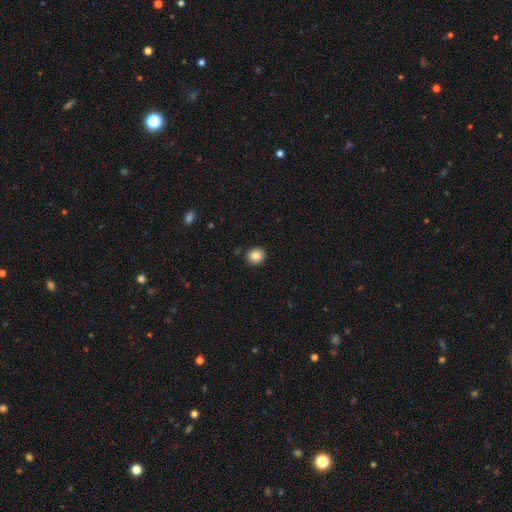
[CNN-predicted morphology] Overall: smooth (85%). How rounded: round (80%). Merging: none (89%).